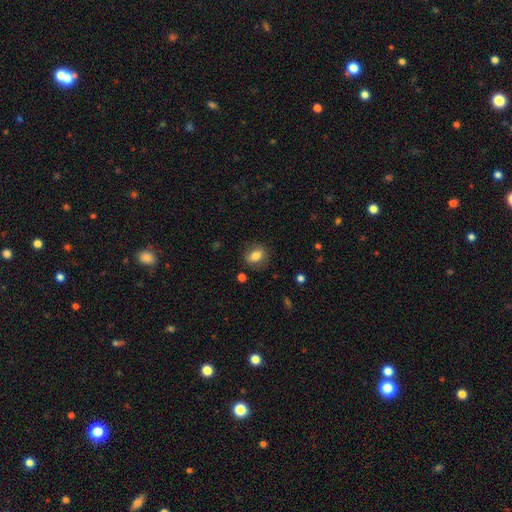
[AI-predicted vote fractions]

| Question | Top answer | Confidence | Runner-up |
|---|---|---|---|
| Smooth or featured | smooth | 77% | featured or disk (14%) |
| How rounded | in between | 64% | round (33%) |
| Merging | none | 82% | minor disturbance (13%) |